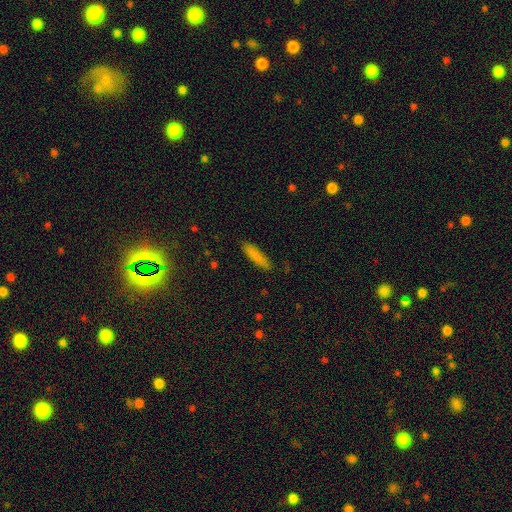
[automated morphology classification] Smooth or featured?
  - smooth: 83% *
  - featured or disk: 10%
  - star or artifact: 8%
How rounded?
  - cigar-shaped: 74% *
  - in between: 24%
  - round: 2%
Merging?
  - none: 86% *
  - minor disturbance: 10%
  - major disturbance: 2%
  - merger: 1%